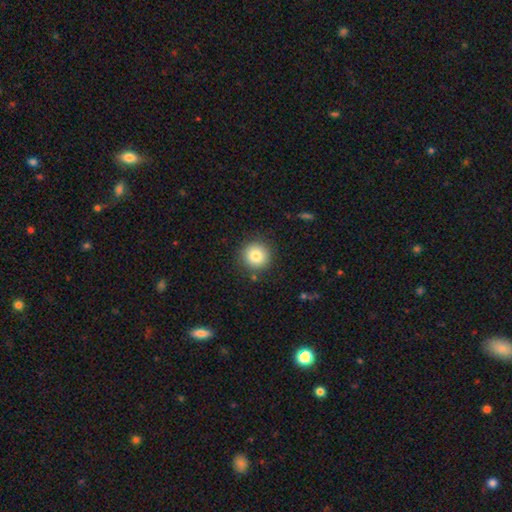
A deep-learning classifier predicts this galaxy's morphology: Smooth or featured? Predicted: smooth (p=0.83). How rounded? Predicted: round (p=0.94). Merging? Predicted: none (p=0.89).